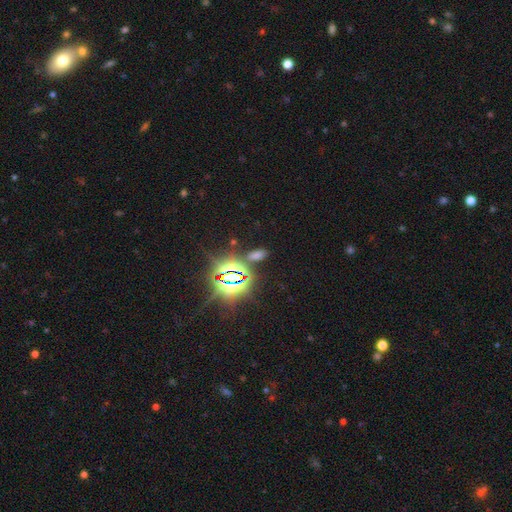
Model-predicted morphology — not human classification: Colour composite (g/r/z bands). It shows a star or artifact, not a galaxy (59%).